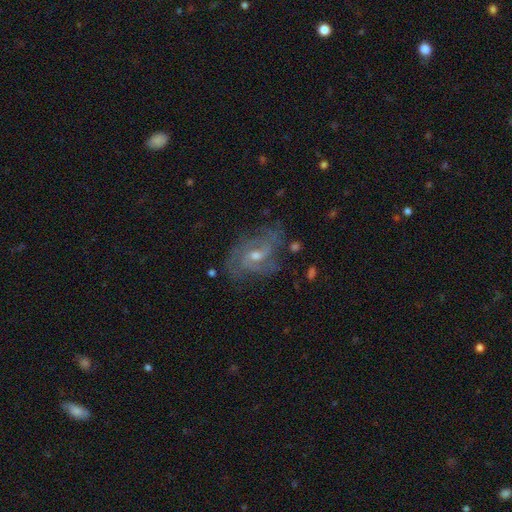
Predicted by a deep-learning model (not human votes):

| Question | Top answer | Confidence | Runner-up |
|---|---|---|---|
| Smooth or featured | featured or disk | 82% | smooth (10%) |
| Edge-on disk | no | 96% | yes (4%) |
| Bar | weak | 51% | no (37%) |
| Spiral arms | yes | 92% | no (8%) |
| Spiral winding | medium | 47% | tight (35%) |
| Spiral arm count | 2 | 36% | can't tell (24%) |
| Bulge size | moderate | 55% | small (40%) |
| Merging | none | 65% | minor disturbance (21%) |